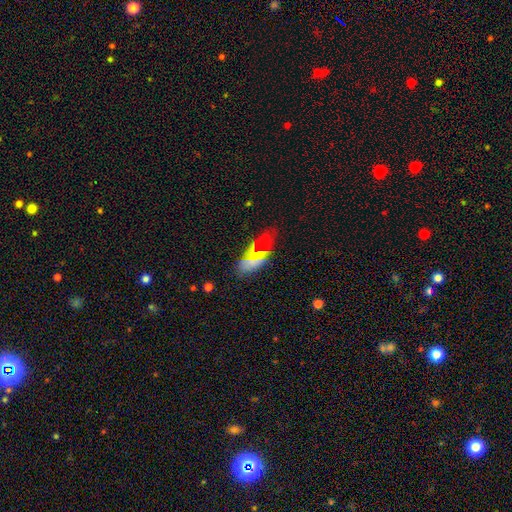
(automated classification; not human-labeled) smooth-or-featured: smooth: 64% | star or artifact: 21% | featured or disk: 15%
  how-rounded: in between: 88% | cigar-shaped: 7% | round: 5%
  merging: none: 73% | minor disturbance: 19% | major disturbance: 6% | merger: 3%